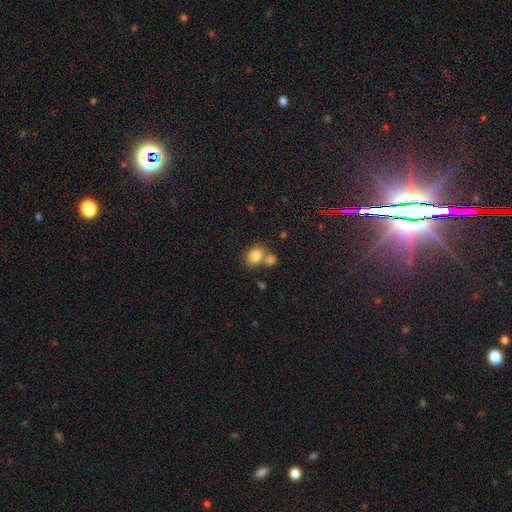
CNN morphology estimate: smooth_or_featured: smooth (p=0.82) [alt: star or artifact p=0.10]
how_rounded: in between (p=0.53) [alt: round p=0.46]
merging: none (p=0.46) [alt: merger p=0.39]